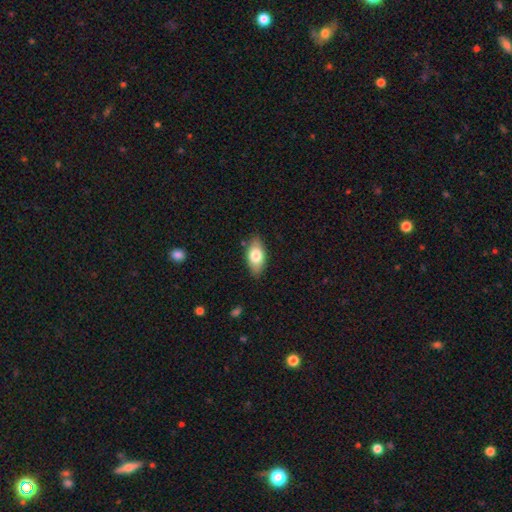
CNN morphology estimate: Smooth or featured? smooth (75%)
How rounded? in between (90%)
Merging? none (84%)